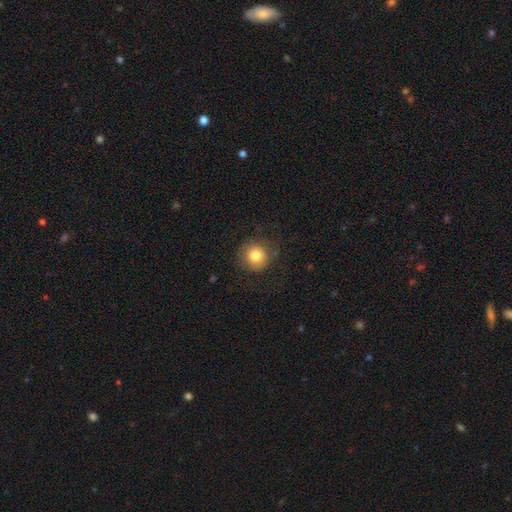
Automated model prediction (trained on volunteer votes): Overall: smooth (79%). How rounded: round (93%). Merging: none (80%).